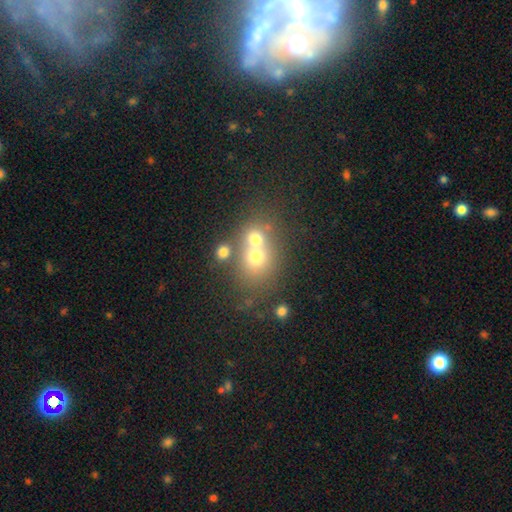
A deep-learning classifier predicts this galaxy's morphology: A smooth galaxy with no disk features (64%) that is round (68%). Merging: merger (58%).